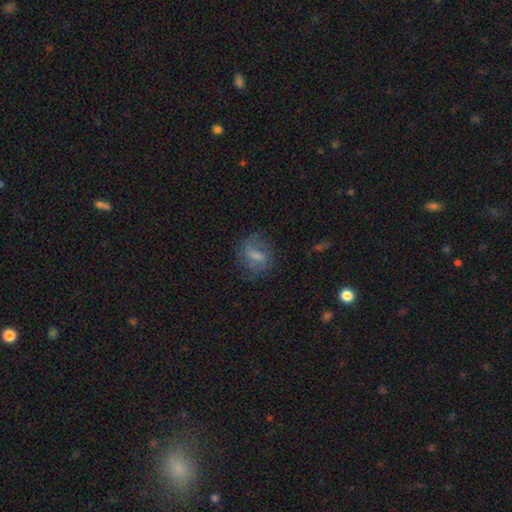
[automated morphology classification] Smooth or featured?
  - featured or disk: 44% *
  - smooth: 43%
  - star or artifact: 13%
Merging?
  - none: 68% *
  - minor disturbance: 19%
  - major disturbance: 11%
  - merger: 2%